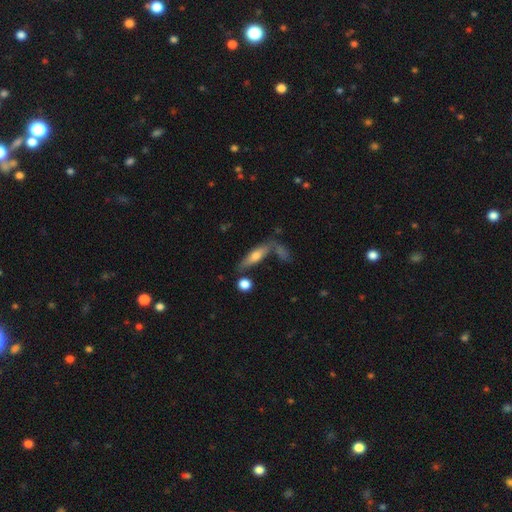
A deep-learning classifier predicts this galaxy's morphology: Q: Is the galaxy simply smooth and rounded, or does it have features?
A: smooth — 55%.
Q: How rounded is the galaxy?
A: cigar-shaped — 61%.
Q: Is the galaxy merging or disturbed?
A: none — 62%.